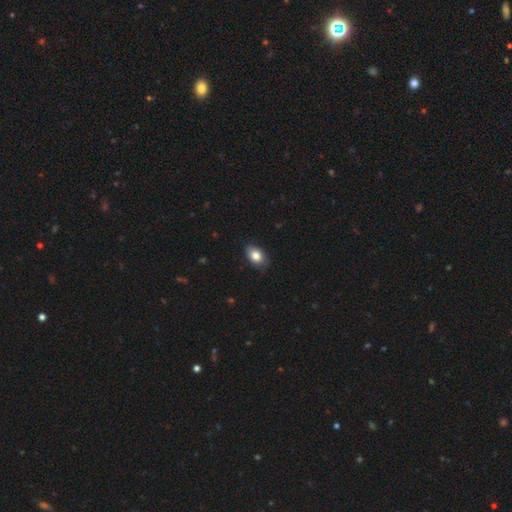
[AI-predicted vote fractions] Q: Smooth or featured?
A: smooth (81%); runner-up: featured or disk (11%)
Q: How rounded?
A: in between (85%); runner-up: round (14%)
Q: Merging?
A: none (79%); runner-up: minor disturbance (18%)